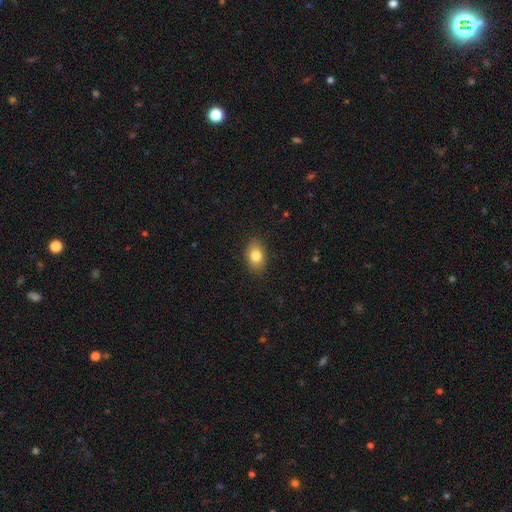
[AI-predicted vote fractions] Smooth or featured: smooth — 81% (featured or disk — 10%)
How rounded: in between — 82% (round — 17%)
Merging: none — 87% (minor disturbance — 10%)